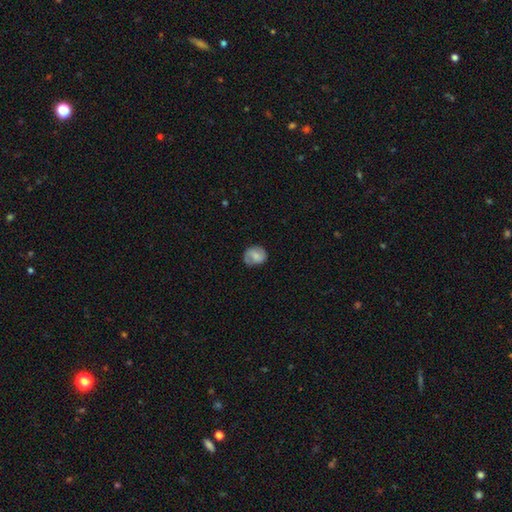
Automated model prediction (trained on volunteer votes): Smooth or featured? Predicted: smooth (p=0.54). How rounded? Predicted: round (p=0.66). Merging? Predicted: none (p=0.73).